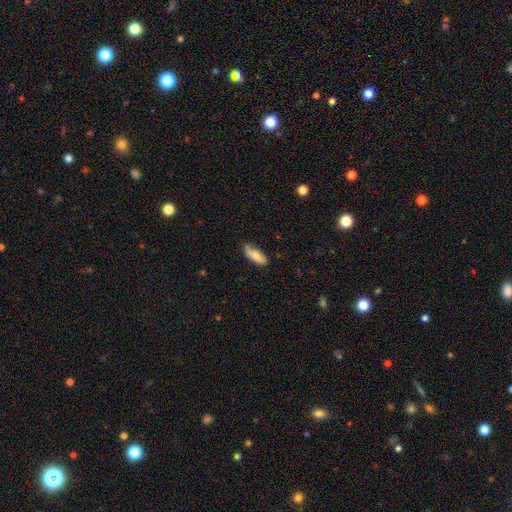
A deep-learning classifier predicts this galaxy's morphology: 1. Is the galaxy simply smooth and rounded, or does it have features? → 78% smooth, 15% featured or disk, 6% star or artifact.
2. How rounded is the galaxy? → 72% in between, 26% cigar-shaped, 2% round.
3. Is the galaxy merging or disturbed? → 74% none, 21% minor disturbance, 3% major disturbance, 2% merger.